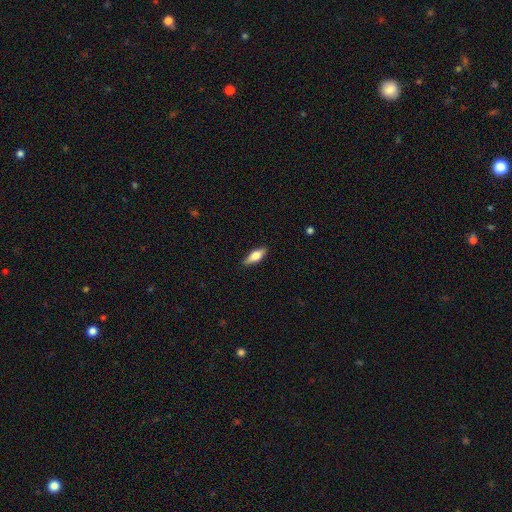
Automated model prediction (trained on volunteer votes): This is possibly a smooth galaxy (59%). How rounded: possibly in between (59%). Merging: clearly none (87%).